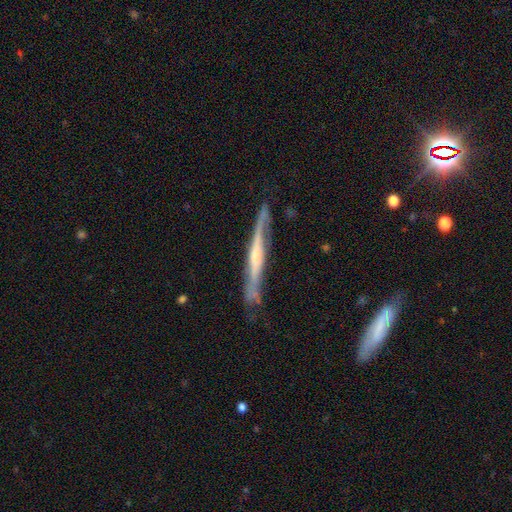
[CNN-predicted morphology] A featured or disk galaxy (72%) viewed edge-on (87%) with no central bulge (45%).

Vote fractions:
- Smooth or featured? featured or disk: 72% / smooth: 23% / star or artifact: 5%
- Edge-on disk? yes: 87% / no: 13%
- Edge-on bulge? none: 45% / rounded: 36% / boxy: 19%
- Merging? none: 66% / minor disturbance: 24% / major disturbance: 7% / merger: 3%